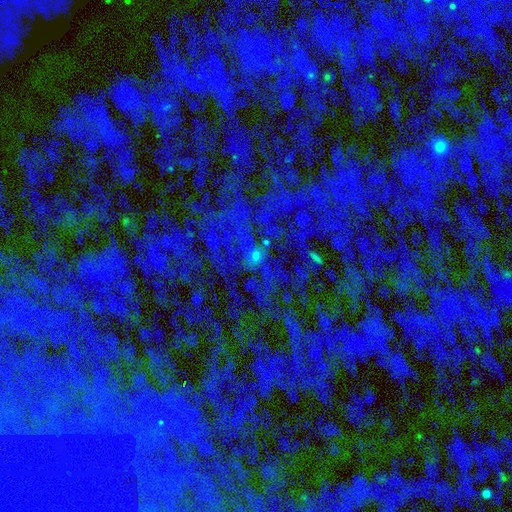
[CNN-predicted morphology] This appears to be a star or artifact, not a galaxy (69%).